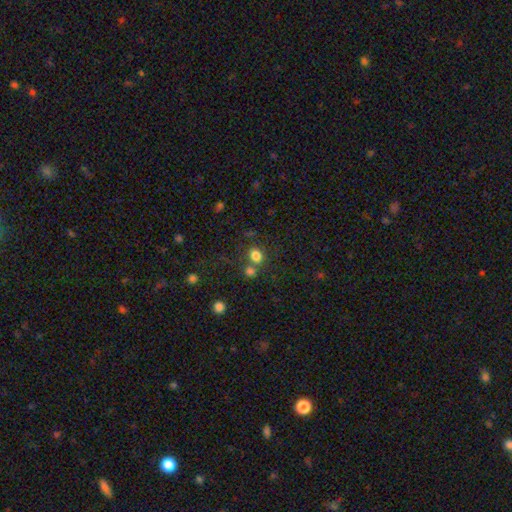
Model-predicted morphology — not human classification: smooth 80%, star or artifact 13%, featured or disk 6%. Down the decision tree: how rounded — round (58%); merging — none (60%).